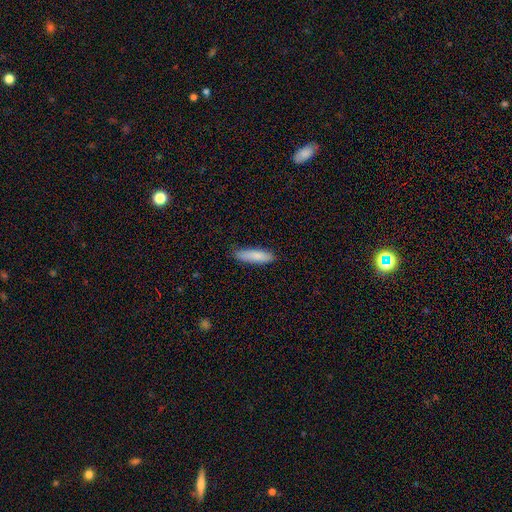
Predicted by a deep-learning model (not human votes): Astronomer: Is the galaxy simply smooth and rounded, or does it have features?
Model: smooth — 86%.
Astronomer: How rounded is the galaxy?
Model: cigar-shaped — 66%.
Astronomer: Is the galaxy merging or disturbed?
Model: none — 85%.